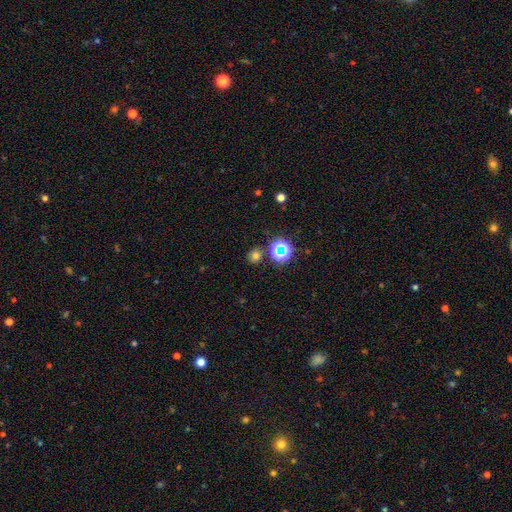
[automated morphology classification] This appears to be a smooth galaxy with no disk features (65%) that is round (84%). Merging: none (82%).